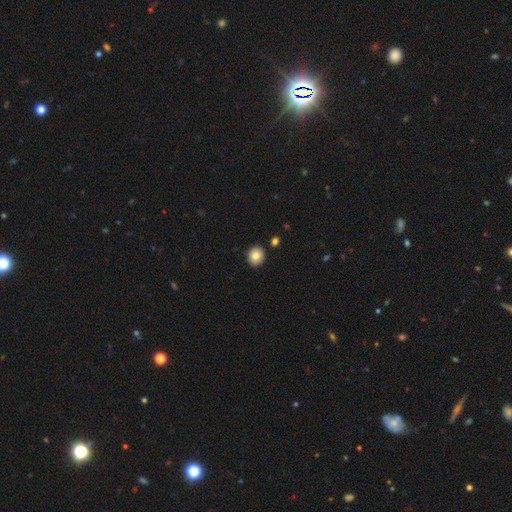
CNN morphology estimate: smooth-or-featured: smooth: 83% | star or artifact: 9% | featured or disk: 9%
  how-rounded: round: 78% | in between: 21% | cigar-shaped: 1%
  merging: none: 90% | minor disturbance: 6% | merger: 2% | major disturbance: 2%